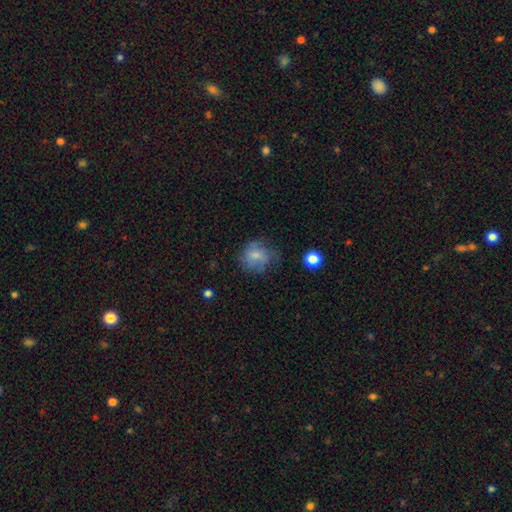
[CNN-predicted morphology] This appears to be a smooth galaxy with no disk features (65%) that is round (74%). Merging: none (50%).